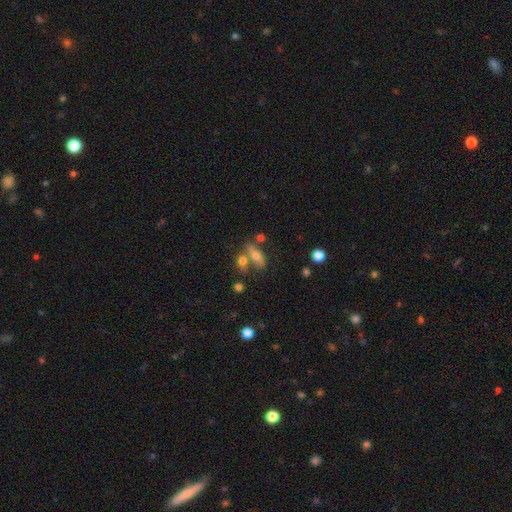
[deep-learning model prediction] The model was most divided on "merging": none: 47%, merger: 34%, minor disturbance: 13%, major disturbance: 7%. More confident: how rounded — in between (63%); smooth or featured — smooth (54%).